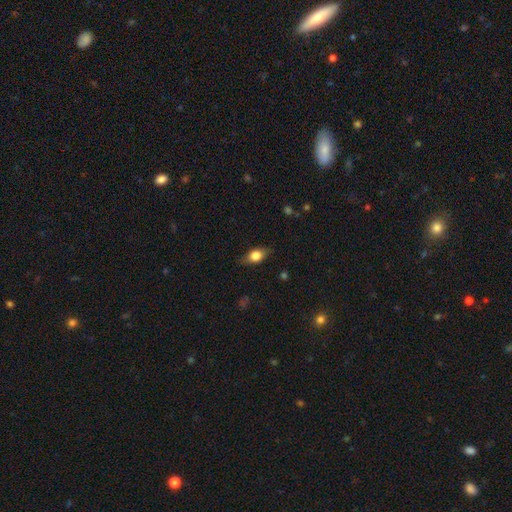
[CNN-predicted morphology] This is likely a smooth galaxy (69%). How rounded: likely in between (74%). Merging: likely none (80%).